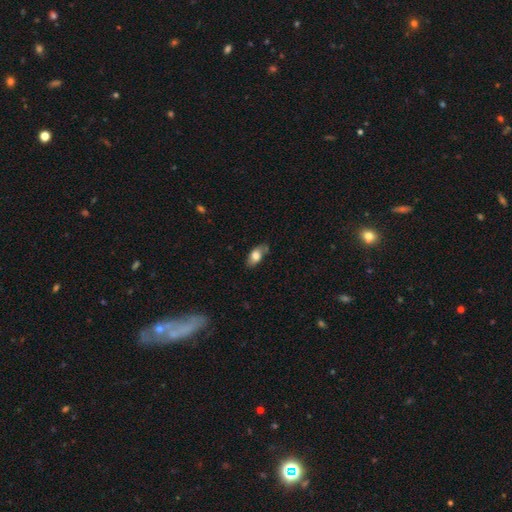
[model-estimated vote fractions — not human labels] The model was most divided on "merging": none: 69%, minor disturbance: 23%, major disturbance: 4%, merger: 4%. More confident: how rounded — in between (88%); smooth or featured — smooth (75%).